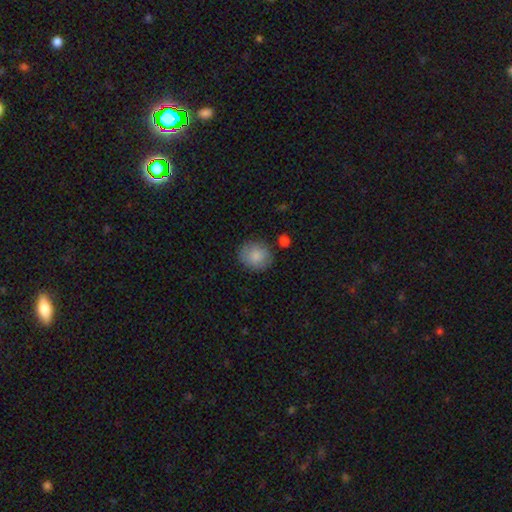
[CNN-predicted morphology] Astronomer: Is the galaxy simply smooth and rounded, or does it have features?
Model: smooth — 84%.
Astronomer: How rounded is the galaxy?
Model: round — 76%.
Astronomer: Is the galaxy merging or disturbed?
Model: none — 81%.